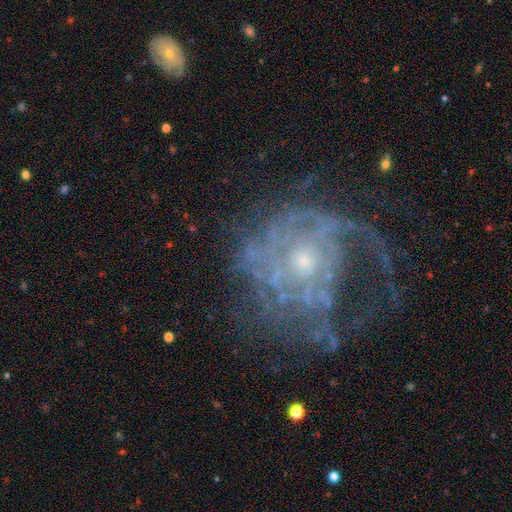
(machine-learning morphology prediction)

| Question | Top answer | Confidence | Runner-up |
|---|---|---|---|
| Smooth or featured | featured or disk | 76% | smooth (12%) |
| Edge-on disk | no | 97% | yes (3%) |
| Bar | no | 85% | weak (12%) |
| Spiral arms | yes | 65% | no (35%) |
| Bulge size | small | 63% | moderate (29%) |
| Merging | none | 49% | major disturbance (28%) |